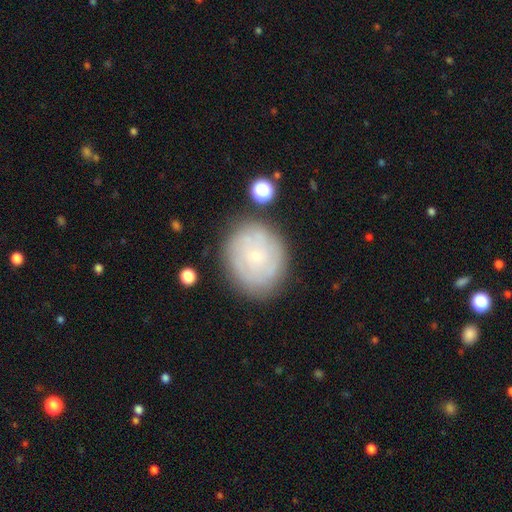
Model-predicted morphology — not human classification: Smooth or featured?
  - featured or disk: 56% *
  - smooth: 35%
  - star or artifact: 8%
Edge-on disk?
  - no: 97% *
  - yes: 3%
Bar?
  - no: 84% *
  - weak: 13%
  - strong: 2%
Spiral arms?
  - yes: 73% *
  - no: 27%
Bulge size?
  - small: 85% *
  - moderate: 11%
  - none: 2%
  - large: 1%
  - dominant: 1%
Merging?
  - none: 76% *
  - minor disturbance: 16%
  - major disturbance: 5%
  - merger: 3%